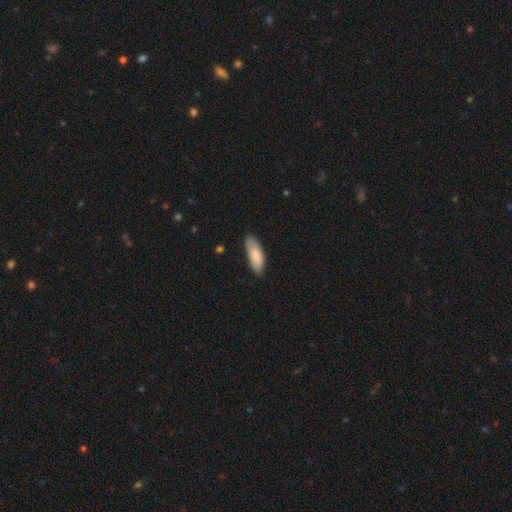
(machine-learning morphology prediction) Smooth or featured? Predicted: smooth (p=0.83). How rounded? Predicted: in between (p=0.72). Merging? Predicted: none (p=0.75).